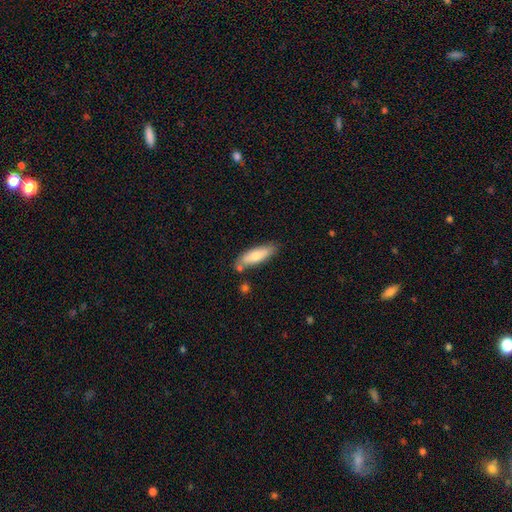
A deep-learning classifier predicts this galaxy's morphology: A smooth galaxy with no disk features (74%) that is in between round and cigar-shaped (51%).

Vote fractions:
- Smooth or featured? smooth: 74% / featured or disk: 21% / star or artifact: 6%
- How rounded? in between: 51% / cigar-shaped: 47% / round: 2%
- Merging? none: 70% / minor disturbance: 17% / merger: 9% / major disturbance: 3%